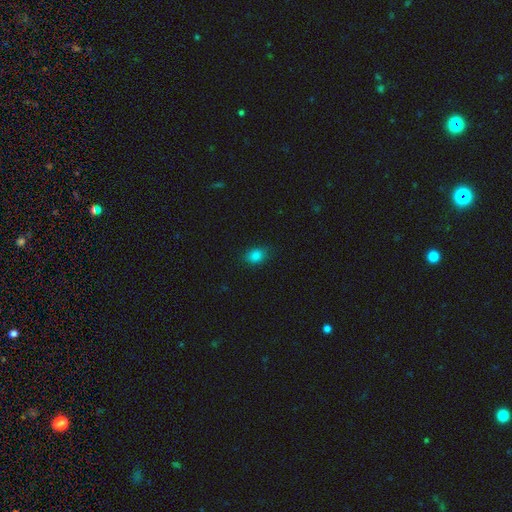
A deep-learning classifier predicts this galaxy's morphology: Smooth or featured: smooth — 82% (star or artifact — 12%)
How rounded: in between — 66% (round — 33%)
Merging: none — 83% (minor disturbance — 13%)